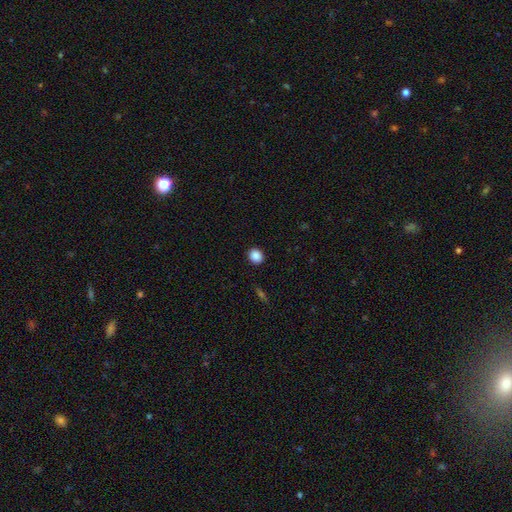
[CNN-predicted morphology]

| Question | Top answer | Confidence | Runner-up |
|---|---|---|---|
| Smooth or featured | smooth | 88% | star or artifact (9%) |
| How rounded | round | 80% | in between (19%) |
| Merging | none | 92% | minor disturbance (5%) |